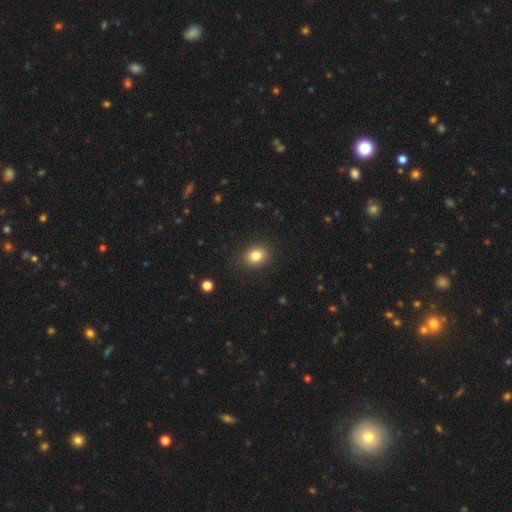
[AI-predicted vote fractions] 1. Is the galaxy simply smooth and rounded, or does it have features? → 83% smooth, 11% star or artifact, 7% featured or disk.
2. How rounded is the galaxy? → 57% round, 42% in between, 1% cigar-shaped.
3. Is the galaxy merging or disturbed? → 89% none, 8% minor disturbance, 2% major disturbance, 1% merger.